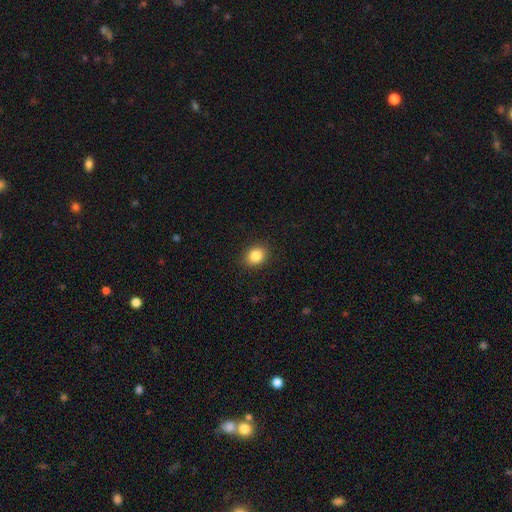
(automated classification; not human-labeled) This appears to be a smooth galaxy with no disk features (85%) that is round (62%). Merging: none (90%).